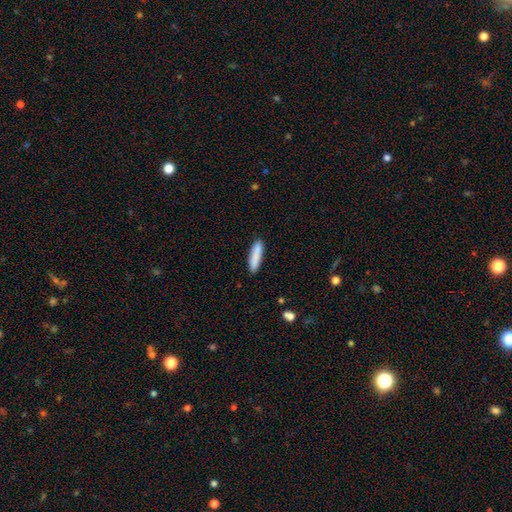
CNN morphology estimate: smooth_or_featured: smooth (p=0.85) [alt: featured or disk p=0.09]
how_rounded: cigar-shaped (p=0.76) [alt: in between p=0.22]
merging: none (p=0.83) [alt: minor disturbance p=0.12]